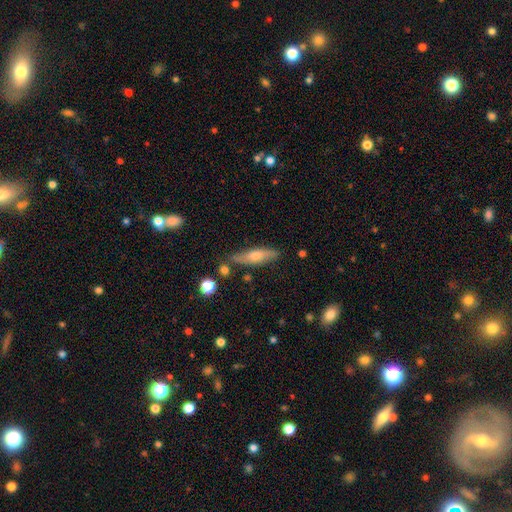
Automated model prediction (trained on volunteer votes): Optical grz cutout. It shows a smooth galaxy with no disk features (50%). Merging: none (78%).